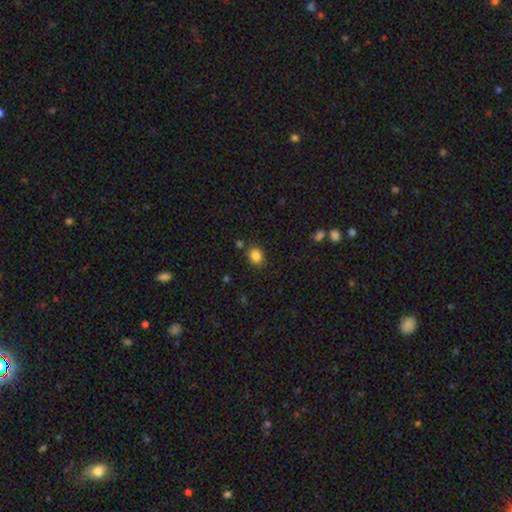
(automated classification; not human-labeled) Smooth or featured: smooth — 85% (star or artifact — 10%)
How rounded: in between — 52% (round — 47%)
Merging: none — 82% (minor disturbance — 11%)